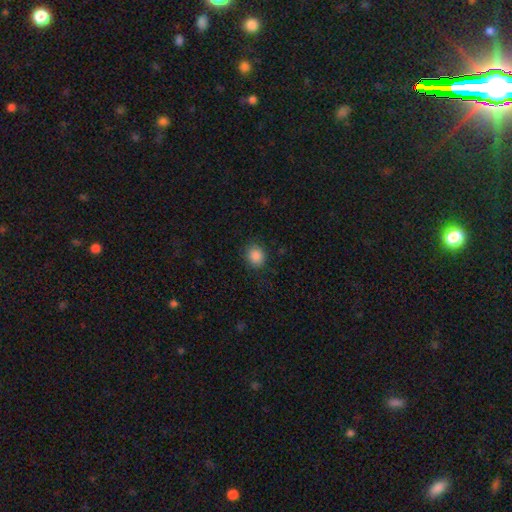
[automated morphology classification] A smooth galaxy with no disk features (87%) that is round (74%). Merging: none (87%).